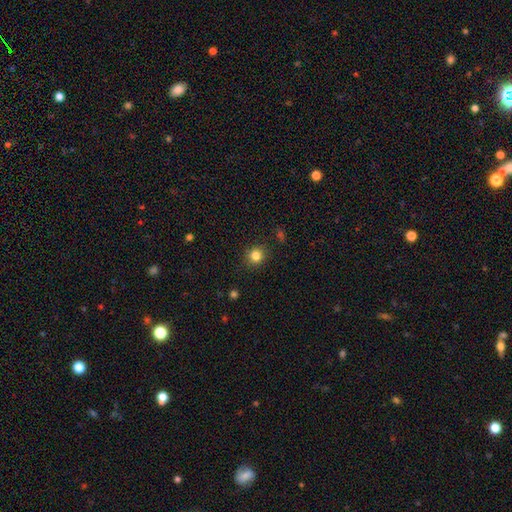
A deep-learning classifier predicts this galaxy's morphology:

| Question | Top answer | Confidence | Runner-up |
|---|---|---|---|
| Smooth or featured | smooth | 83% | star or artifact (12%) |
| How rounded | round | 89% | in between (10%) |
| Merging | none | 89% | minor disturbance (7%) |